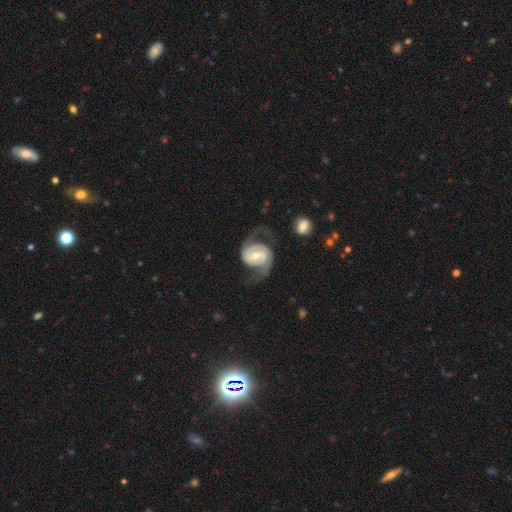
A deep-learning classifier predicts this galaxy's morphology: Smooth or featured? Predicted: featured or disk (p=0.89). Edge-on disk? Predicted: no (p=0.98). Bar? Predicted: no (p=0.41, tied with weak). Spiral arms? Predicted: yes (p=0.96). Spiral winding? Predicted: medium (p=0.47). Spiral arm count? Predicted: 2 (p=0.91). Bulge size? Predicted: moderate (p=0.63). Merging? Predicted: none (p=0.63).